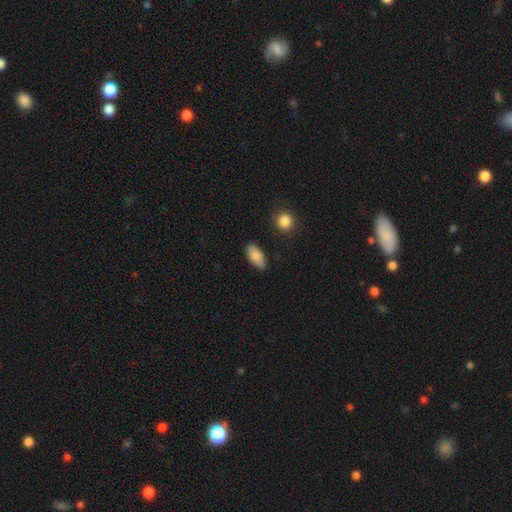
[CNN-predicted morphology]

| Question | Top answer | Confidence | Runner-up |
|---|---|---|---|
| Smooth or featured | smooth | 86% | featured or disk (7%) |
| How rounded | in between | 91% | cigar-shaped (6%) |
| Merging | none | 84% | minor disturbance (12%) |